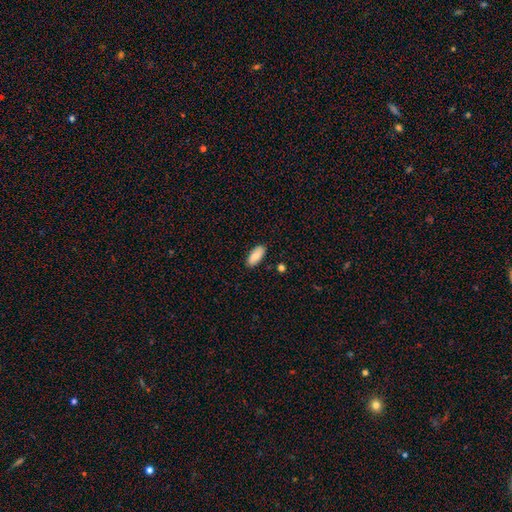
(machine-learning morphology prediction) Q: Smooth or featured?
A: smooth (86%); runner-up: featured or disk (8%)
Q: How rounded?
A: in between (86%); runner-up: cigar-shaped (12%)
Q: Merging?
A: none (88%); runner-up: minor disturbance (9%)